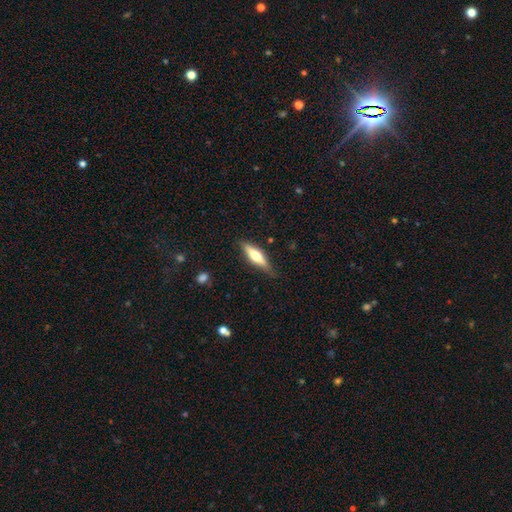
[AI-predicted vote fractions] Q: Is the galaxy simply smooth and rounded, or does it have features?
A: featured or disk — 49%.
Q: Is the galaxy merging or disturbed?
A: none — 81%.